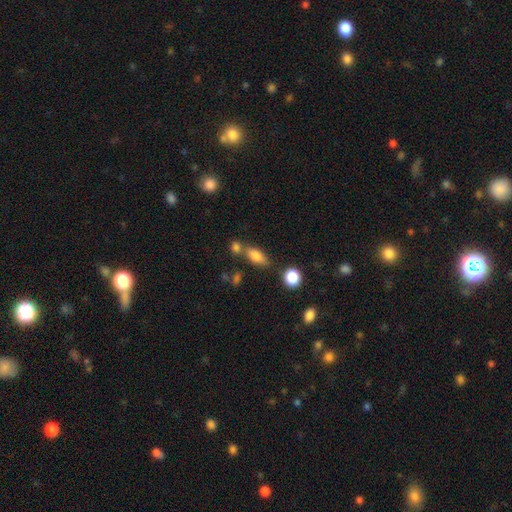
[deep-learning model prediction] Smooth or featured? smooth (79%)
How rounded? in between (78%)
Merging? none (55%)